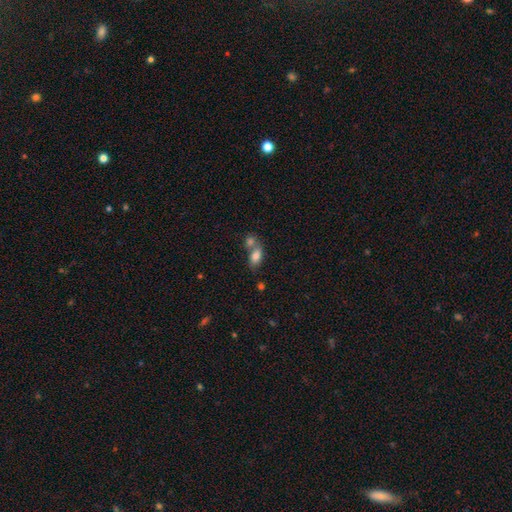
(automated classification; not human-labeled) Smooth or featured: smooth — 82% (featured or disk — 10%)
How rounded: in between — 87% (round — 8%)
Merging: merger — 51% (none — 35%)